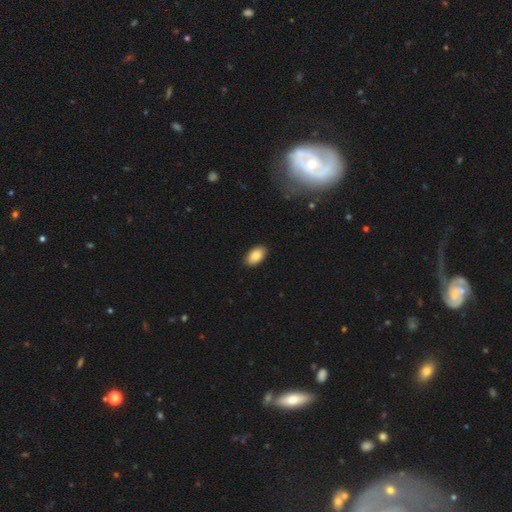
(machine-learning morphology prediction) A smooth galaxy with no disk features (86%) that is in between round and cigar-shaped (94%).

Vote fractions:
- Smooth or featured? smooth: 86% / featured or disk: 7% / star or artifact: 7%
- How rounded? in between: 94% / round: 5% / cigar-shaped: 1%
- Merging? none: 90% / minor disturbance: 7% / major disturbance: 2% / merger: 1%